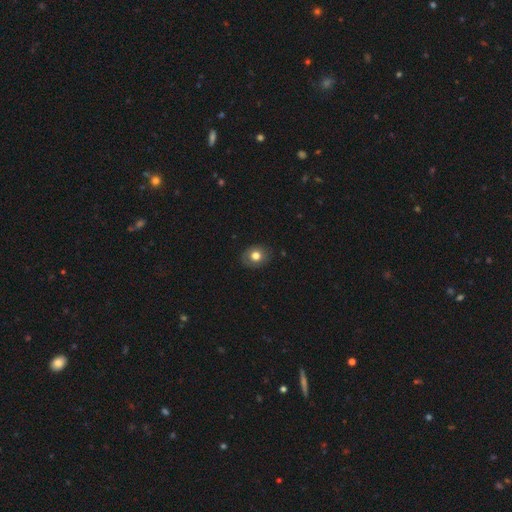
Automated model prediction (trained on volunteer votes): Smooth or featured: smooth — 74% (featured or disk — 16%)
How rounded: round — 58% (in between — 41%)
Merging: none — 84% (minor disturbance — 12%)